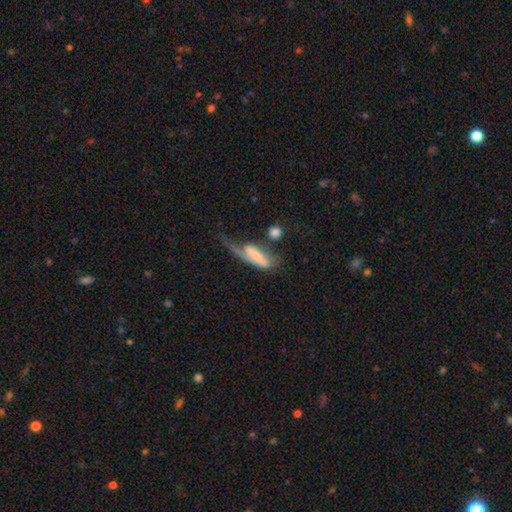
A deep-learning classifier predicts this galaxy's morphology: Smooth or featured: featured or disk — 50% (smooth — 43%)
Merging: major disturbance — 48% (none — 22%)